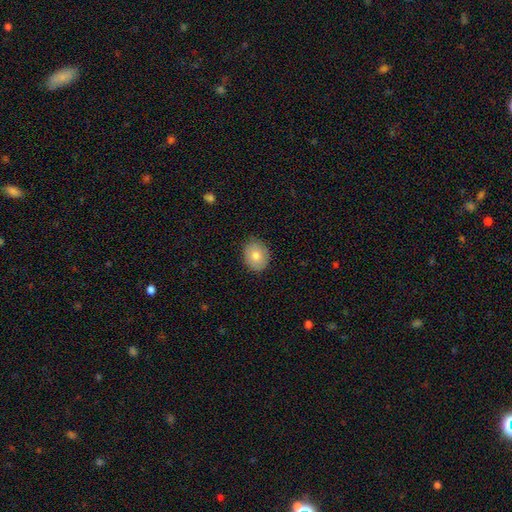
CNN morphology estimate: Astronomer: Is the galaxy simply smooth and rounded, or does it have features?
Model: smooth — 77%.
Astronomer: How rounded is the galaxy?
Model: round — 59% (runner-up: in between, 40%).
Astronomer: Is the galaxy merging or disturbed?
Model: none — 86%.